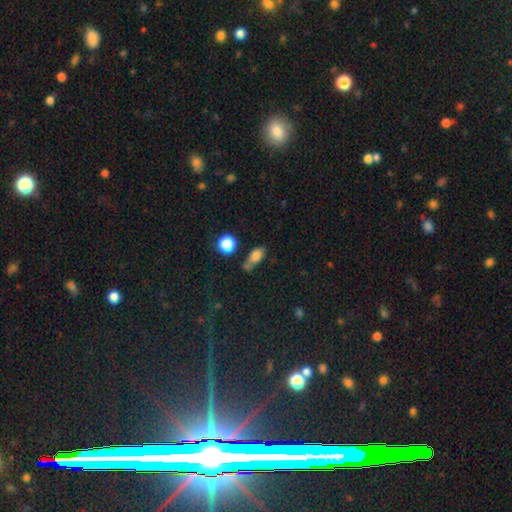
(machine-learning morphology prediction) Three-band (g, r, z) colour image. It shows a smooth galaxy with no disk features (76%) that is in between round and cigar-shaped (72%). Merging: none (44%).